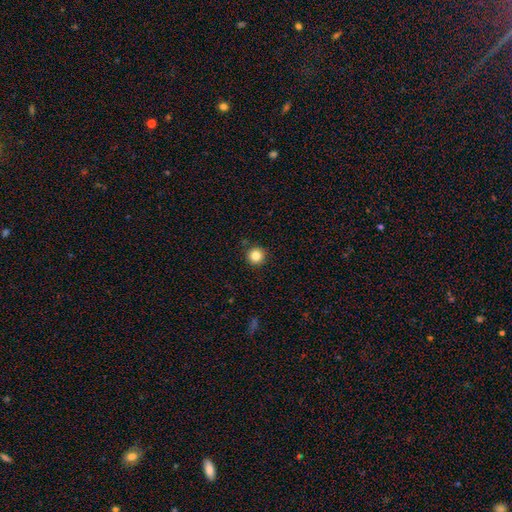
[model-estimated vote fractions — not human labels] A smooth galaxy with no disk features (84%) that is round (96%). Merging: none (91%).